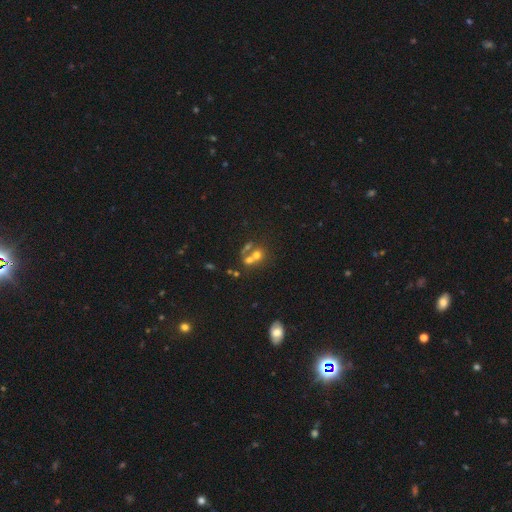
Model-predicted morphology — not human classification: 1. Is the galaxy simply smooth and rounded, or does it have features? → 54% smooth, 27% featured or disk, 19% star or artifact.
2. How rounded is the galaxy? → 71% round, 28% in between, 1% cigar-shaped.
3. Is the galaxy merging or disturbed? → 57% merger, 30% none, 7% minor disturbance, 6% major disturbance.